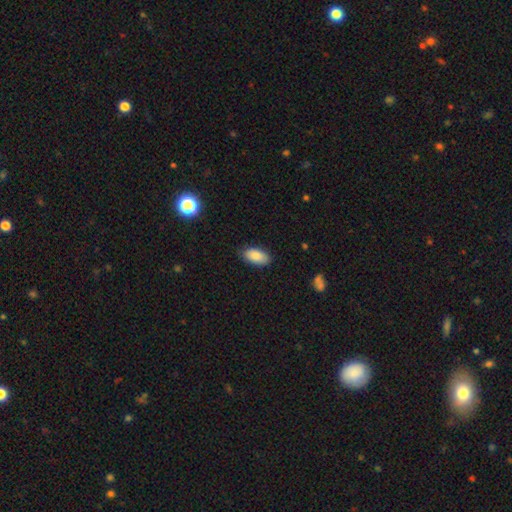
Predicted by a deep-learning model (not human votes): Smooth or featured: smooth — 88% (star or artifact — 7%)
How rounded: in between — 94% (cigar-shaped — 4%)
Merging: none — 83% (minor disturbance — 13%)